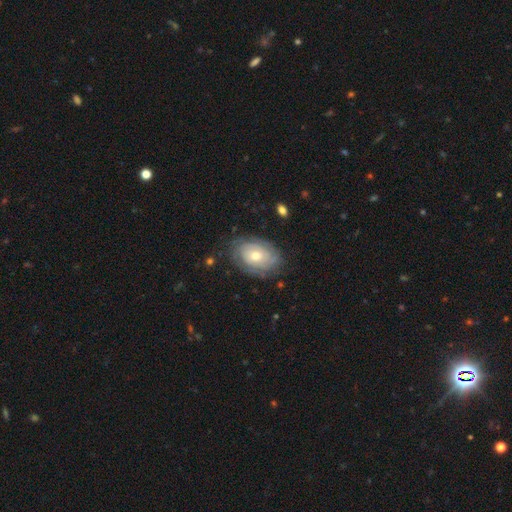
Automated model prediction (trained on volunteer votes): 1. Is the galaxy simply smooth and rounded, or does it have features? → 65% featured or disk, 28% smooth, 7% star or artifact.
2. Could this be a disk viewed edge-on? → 95% no, 5% yes.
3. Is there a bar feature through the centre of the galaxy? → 81% no, 16% weak, 3% strong.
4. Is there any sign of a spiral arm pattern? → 81% yes, 19% no.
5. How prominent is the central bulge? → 59% moderate, 35% small, 4% large, 1% none, 1% dominant.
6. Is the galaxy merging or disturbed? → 76% none, 17% minor disturbance, 6% major disturbance, 1% merger.